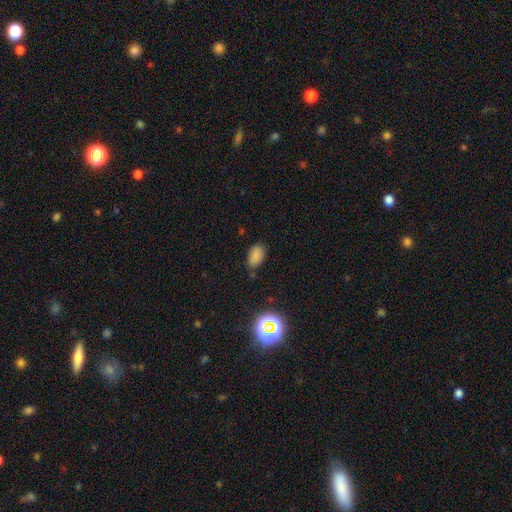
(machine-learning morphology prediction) smooth 79%, star or artifact 16%, featured or disk 5%. Down the decision tree: how rounded — in between (90%); merging — none (77%).